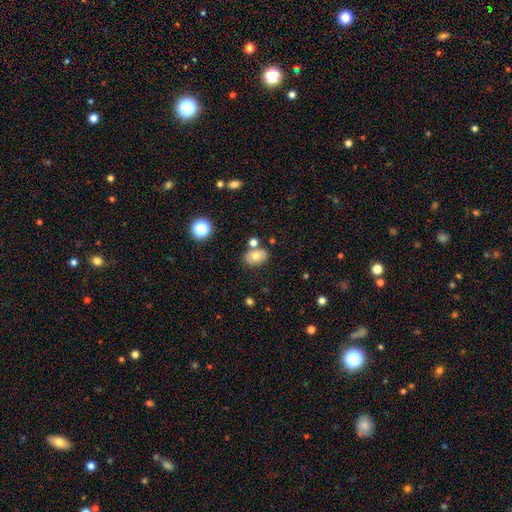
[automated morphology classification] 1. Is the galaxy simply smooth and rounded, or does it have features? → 68% smooth, 22% featured or disk, 10% star or artifact.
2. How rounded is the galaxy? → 73% in between, 26% round, 1% cigar-shaped.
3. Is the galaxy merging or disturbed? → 69% none, 14% merger, 13% minor disturbance, 4% major disturbance.